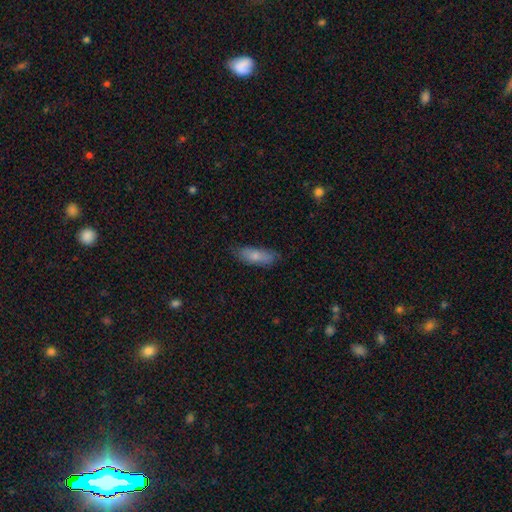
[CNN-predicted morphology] Q: Smooth or featured?
A: smooth (76%); runner-up: featured or disk (17%)
Q: How rounded?
A: in between (62%); runner-up: cigar-shaped (35%)
Q: Merging?
A: none (75%); runner-up: minor disturbance (19%)